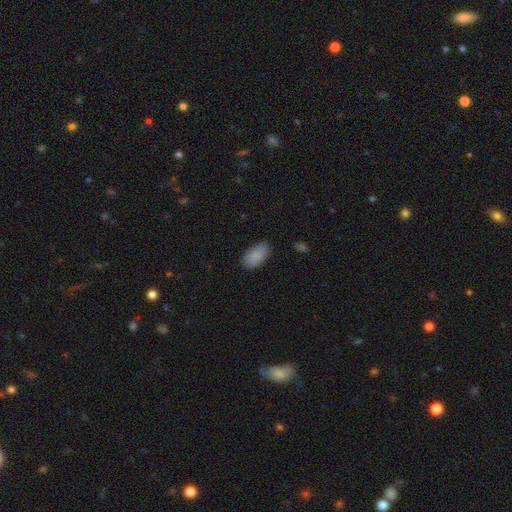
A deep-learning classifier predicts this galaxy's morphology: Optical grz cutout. It shows a smooth galaxy with no disk features (87%) that is in between round and cigar-shaped (95%). Merging: none (82%).